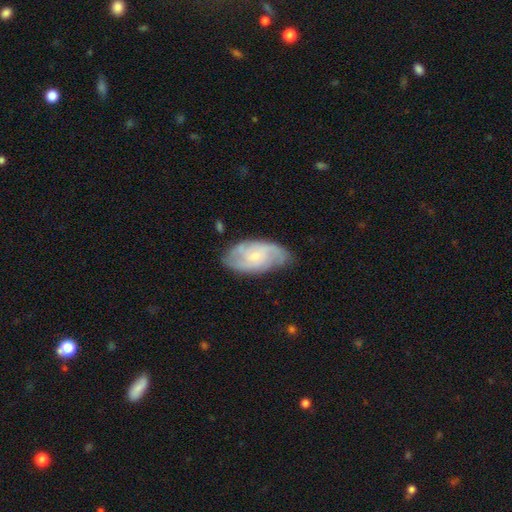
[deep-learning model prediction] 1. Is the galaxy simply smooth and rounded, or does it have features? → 75% featured or disk, 19% smooth, 5% star or artifact.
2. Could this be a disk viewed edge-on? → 96% no, 4% yes.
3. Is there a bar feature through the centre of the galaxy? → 65% no, 31% weak, 4% strong.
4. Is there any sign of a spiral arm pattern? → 93% yes, 7% no.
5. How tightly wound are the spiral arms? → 45% medium, 40% tight, 16% loose.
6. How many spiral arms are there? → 40% 2, 25% can't tell, 22% 3, 6% 4, 4% 1, 3% more than 4.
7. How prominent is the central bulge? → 71% small, 24% moderate, 3% none, 1% large, 1% dominant.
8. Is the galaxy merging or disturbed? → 72% none, 21% minor disturbance, 6% major disturbance, 1% merger.